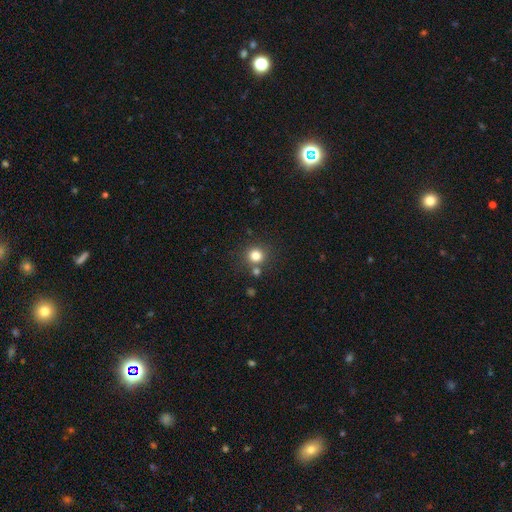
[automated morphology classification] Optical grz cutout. It shows a smooth galaxy with no disk features (80%) that is round (90%). Merging: none (75%).